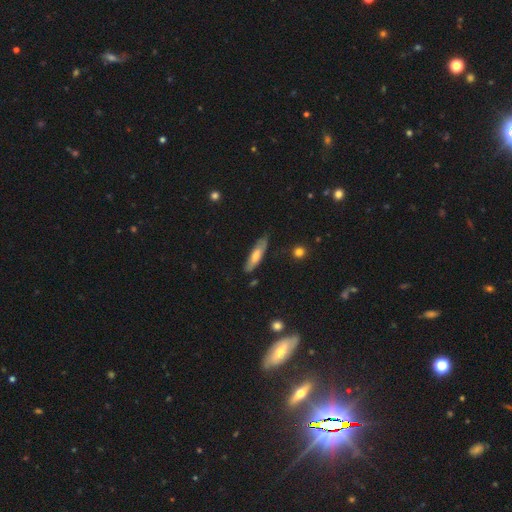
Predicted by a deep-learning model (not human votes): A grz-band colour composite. It shows a smooth galaxy with no disk features (58%) that is cigar-shaped (68%). Merging: none (76%).